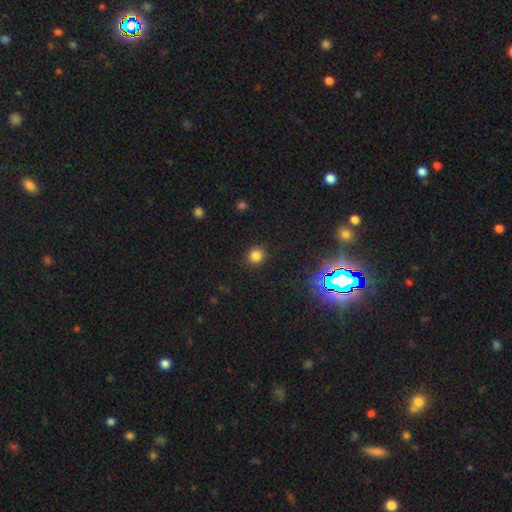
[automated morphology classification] A smooth galaxy with no disk features (81%) that is round (89%). Merging: none (91%).